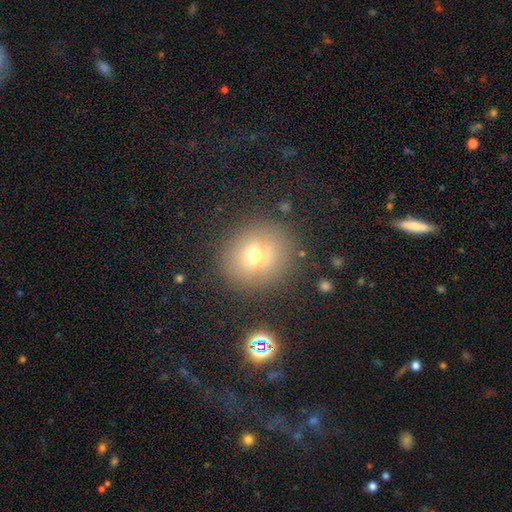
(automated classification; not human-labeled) Smooth or featured: smooth — 66% (star or artifact — 17%)
How rounded: round — 82% (in between — 17%)
Merging: none — 82% (minor disturbance — 11%)